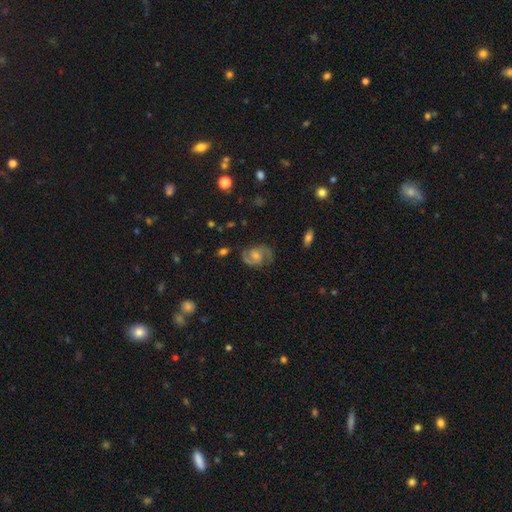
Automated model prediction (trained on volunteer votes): Smooth or featured: featured or disk — 85% (smooth — 9%)
Edge-on disk: no — 98% (yes — 2%)
Bar: no — 51% (weak — 41%)
Spiral arms: yes — 97% (no — 3%)
Spiral winding: medium — 57% (tight — 27%)
Spiral arm count: 2 — 92% (can't tell — 3%)
Bulge size: moderate — 45% (small — 39%)
Merging: none — 79% (minor disturbance — 14%)